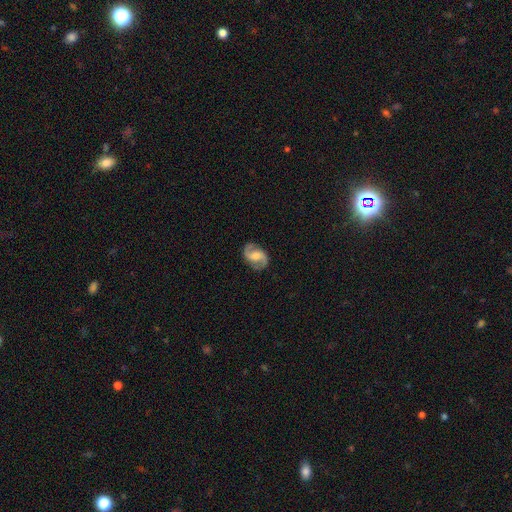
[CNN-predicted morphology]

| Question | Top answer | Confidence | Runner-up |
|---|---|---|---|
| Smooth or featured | featured or disk | 88% | smooth (7%) |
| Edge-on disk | no | 98% | yes (2%) |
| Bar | weak | 46% | no (39%) |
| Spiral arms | yes | 97% | no (3%) |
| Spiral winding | medium | 55% | loose (29%) |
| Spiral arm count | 2 | 94% | can't tell (2%) |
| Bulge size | moderate | 50% | small (23%) |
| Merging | none | 86% | minor disturbance (10%) |